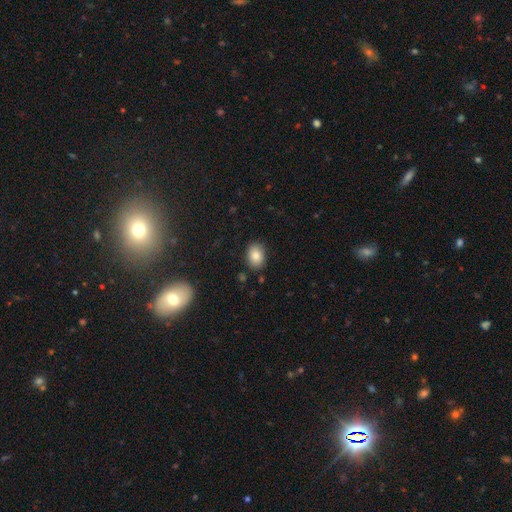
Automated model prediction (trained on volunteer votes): Smooth or featured? Predicted: smooth (p=0.84). How rounded? Predicted: in between (p=0.69). Merging? Predicted: none (p=0.86).